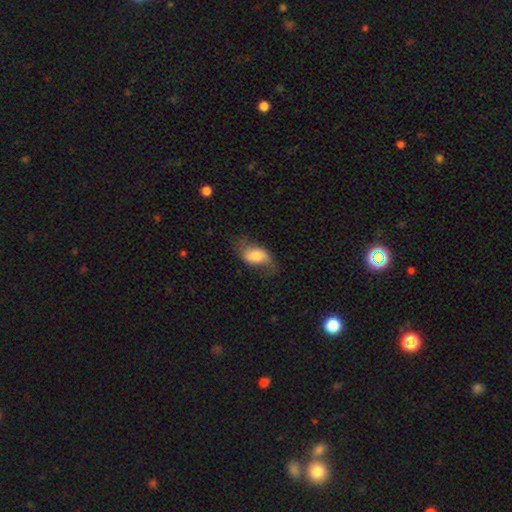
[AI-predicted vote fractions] smooth_or_featured: smooth (p=0.65) [alt: featured or disk p=0.28]
how_rounded: in between (p=0.90) [alt: round p=0.07]
merging: none (p=0.54) [alt: minor disturbance p=0.29]